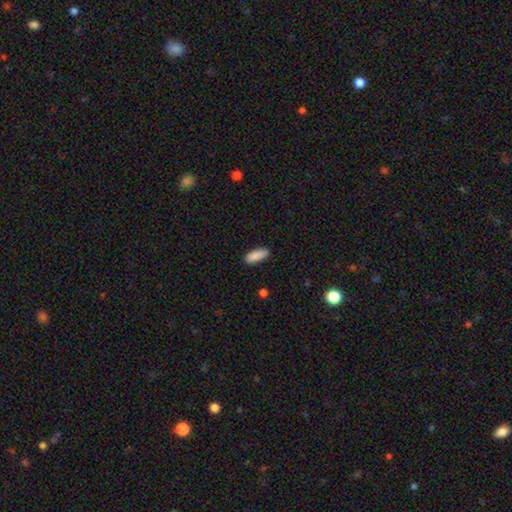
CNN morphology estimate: A smooth galaxy with no disk features (89%) that is in between round and cigar-shaped (68%). Merging: none (84%).